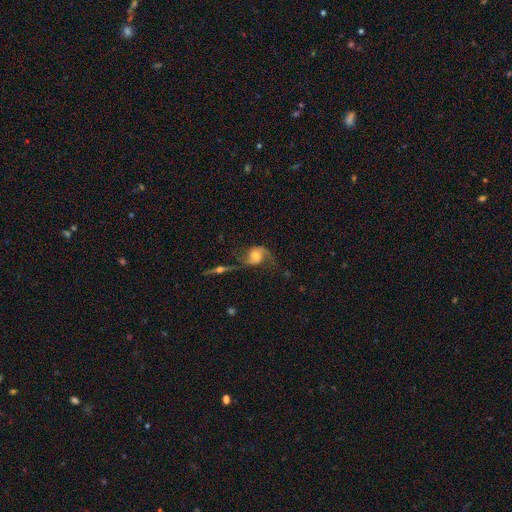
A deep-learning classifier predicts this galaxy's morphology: type=featured or disk (80%); edge-on=no (96%); bar=no (63%); spiral arms=yes (95%); winding=loose (54%); arm count=2 (85%); bulge=moderate (62%); merging=none (56%).